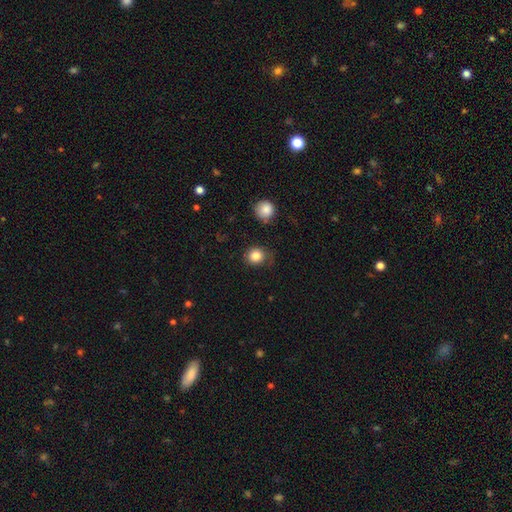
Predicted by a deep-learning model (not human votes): A smooth galaxy with no disk features (84%) that is round (84%).

Vote fractions:
- Smooth or featured? smooth: 84% / star or artifact: 11% / featured or disk: 5%
- How rounded? round: 84% / in between: 15% / cigar-shaped: 1%
- Merging? none: 72% / minor disturbance: 20% / major disturbance: 6% / merger: 2%